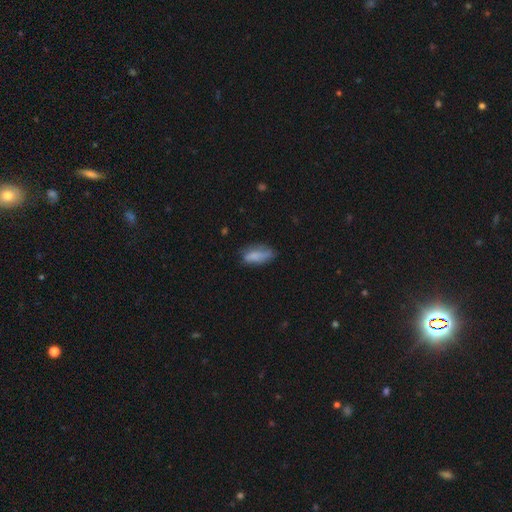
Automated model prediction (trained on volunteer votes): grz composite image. It shows a smooth galaxy with no disk features (74%) that is in between round and cigar-shaped (78%). Merging: none (50%).